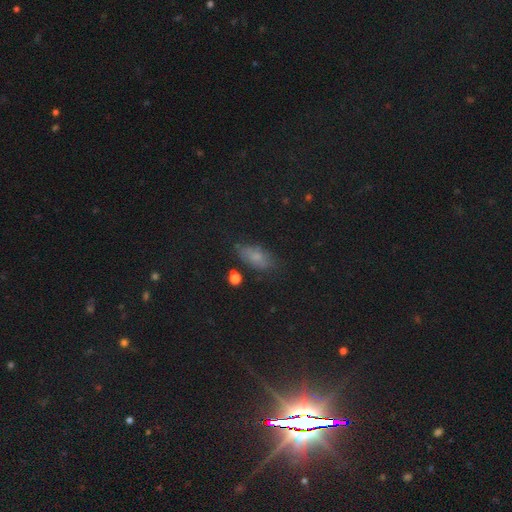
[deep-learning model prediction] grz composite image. It shows a smooth galaxy with no disk features (59%) that is in between round and cigar-shaped (83%). Merging: none (73%).